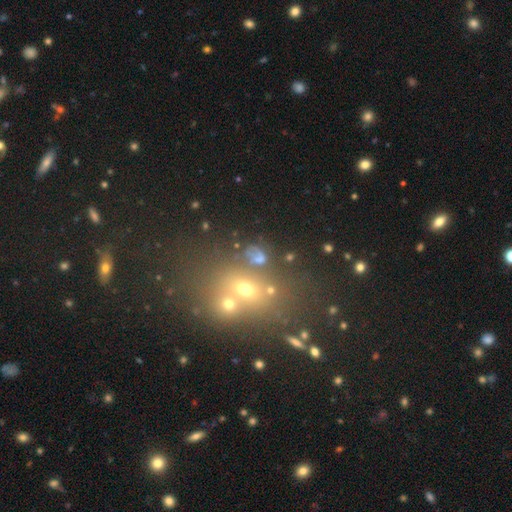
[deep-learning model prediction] Overall: smooth (51%; star or artifact 31%). How rounded: in between (58%; round 39%). Merging: none (52%; merger 28%).